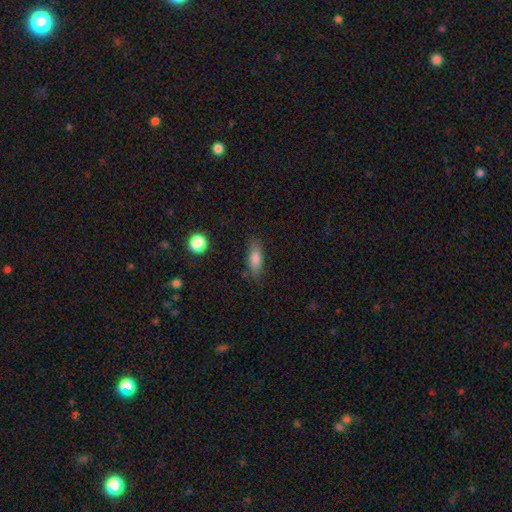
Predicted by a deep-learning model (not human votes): This is likely a smooth galaxy (75%). How rounded: possibly in between (59%). Merging: clearly none (83%).